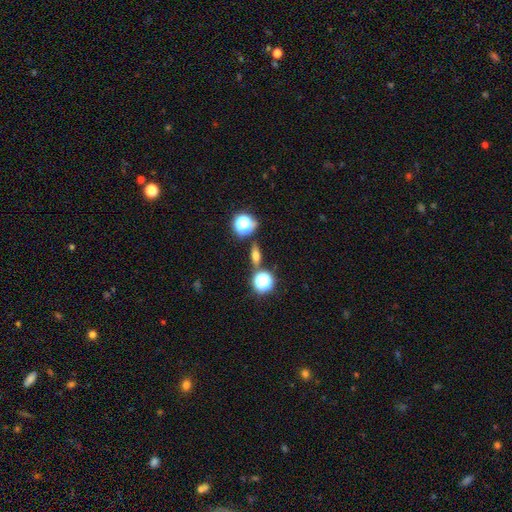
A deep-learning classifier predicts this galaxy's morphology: Smooth or featured?
  - smooth: 50% *
  - featured or disk: 29%
  - star or artifact: 21%
How rounded?
  - in between: 41% *
  - round: 31%
  - cigar-shaped: 28%
Merging?
  - none: 85% *
  - minor disturbance: 8%
  - merger: 5%
  - major disturbance: 3%